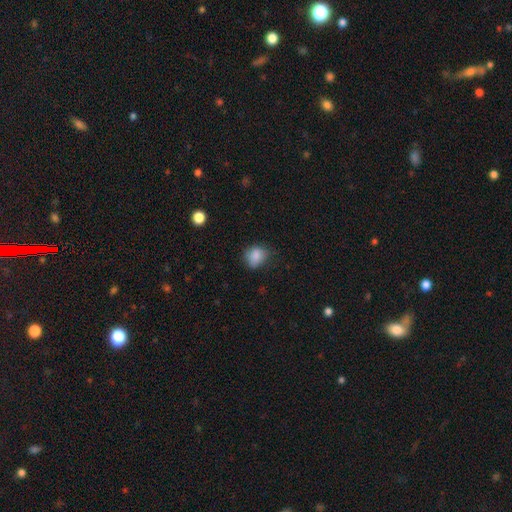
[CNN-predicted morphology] smooth 82%, star or artifact 10%, featured or disk 8%. Down the decision tree: how rounded — round (56%); merging — none (60%).